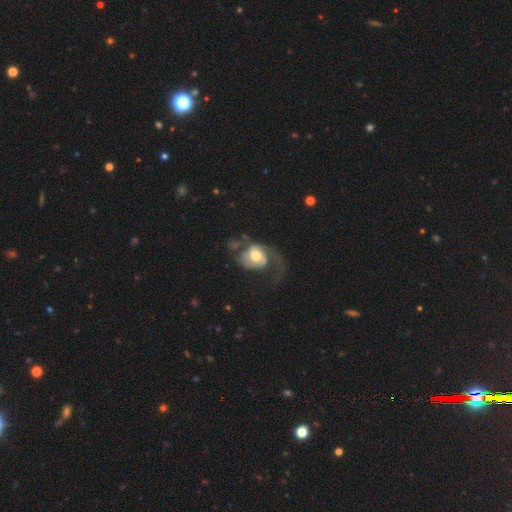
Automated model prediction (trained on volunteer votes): Smooth or featured: featured or disk — 54% (smooth — 40%)
Edge-on disk: no — 97% (yes — 3%)
Bar: no — 71% (weak — 24%)
Spiral arms: yes — 74% (no — 26%)
Bulge size: moderate — 62% (large — 23%)
Merging: major disturbance — 52% (none — 25%)